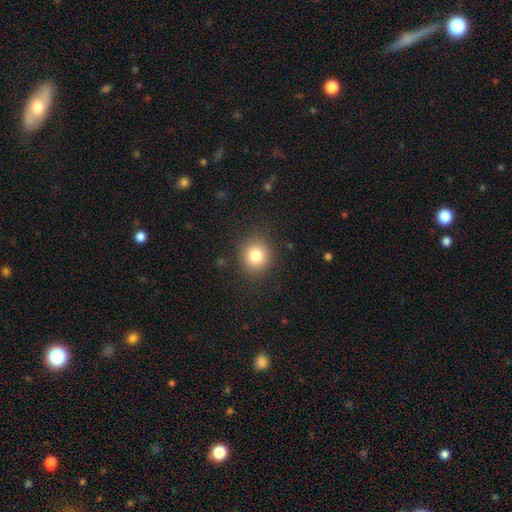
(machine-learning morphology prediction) This is clearly a smooth galaxy (81%). How rounded: clearly round (88%). Merging: clearly none (88%).